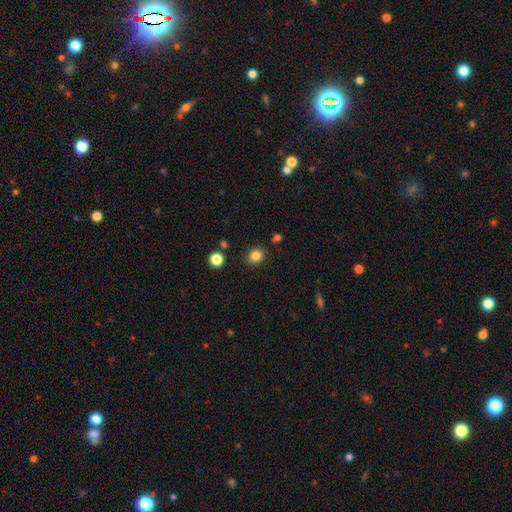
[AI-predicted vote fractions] Overall: smooth (84%). How rounded: round (68%; in between 31%). Merging: none (85%).